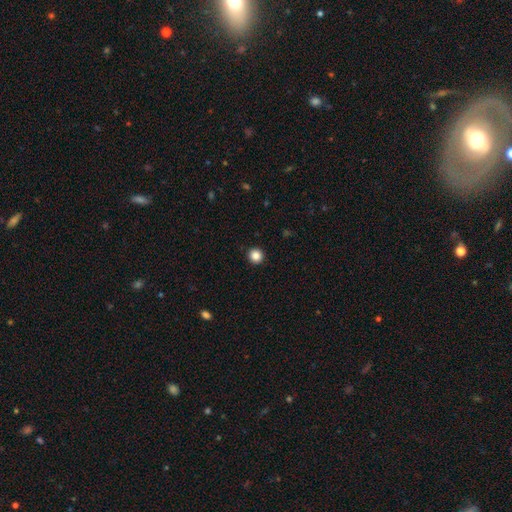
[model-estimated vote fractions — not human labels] Q: Smooth or featured?
A: smooth (86%); runner-up: star or artifact (11%)
Q: How rounded?
A: round (95%); runner-up: in between (4%)
Q: Merging?
A: none (94%); runner-up: minor disturbance (4%)